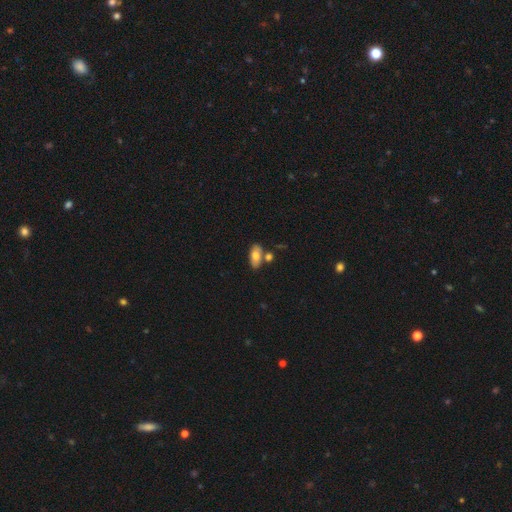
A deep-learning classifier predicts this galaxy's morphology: smooth-or-featured: smooth: 74% | featured or disk: 18% | star or artifact: 7%
  how-rounded: in between: 91% | cigar-shaped: 5% | round: 4%
  merging: none: 65% | merger: 19% | minor disturbance: 12% | major disturbance: 3%